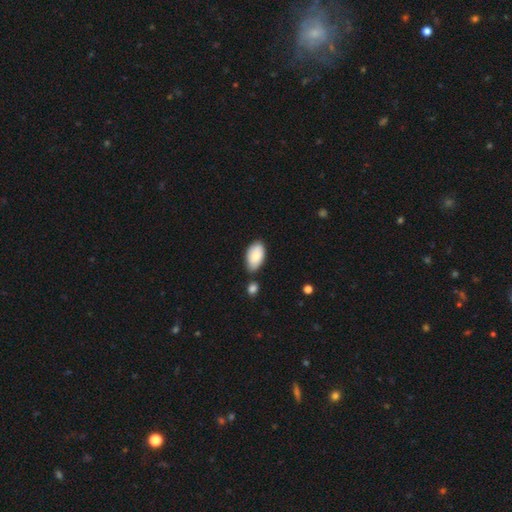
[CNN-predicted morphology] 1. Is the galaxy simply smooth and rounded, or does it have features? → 80% smooth, 14% featured or disk, 6% star or artifact.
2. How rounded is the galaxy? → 95% in between, 3% round, 2% cigar-shaped.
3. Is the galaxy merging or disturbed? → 64% none, 21% minor disturbance, 11% merger, 4% major disturbance.